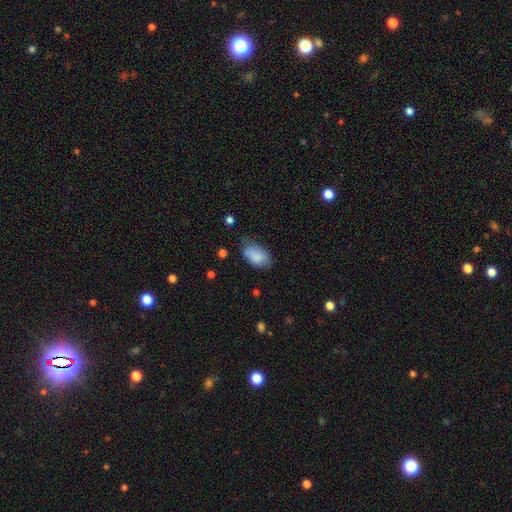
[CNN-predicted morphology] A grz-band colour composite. It shows a smooth galaxy with no disk features (83%) that is in between round and cigar-shaped (93%). Merging: none (56%).